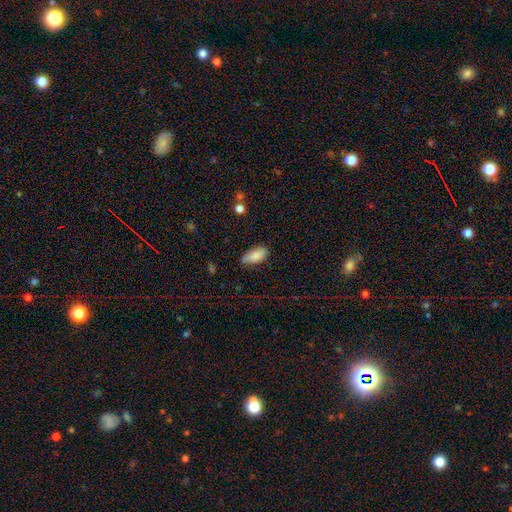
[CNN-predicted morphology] Smooth or featured?
  - smooth: 84% *
  - featured or disk: 9%
  - star or artifact: 7%
How rounded?
  - in between: 90% *
  - cigar-shaped: 7%
  - round: 3%
Merging?
  - none: 63% *
  - minor disturbance: 29%
  - major disturbance: 5%
  - merger: 2%